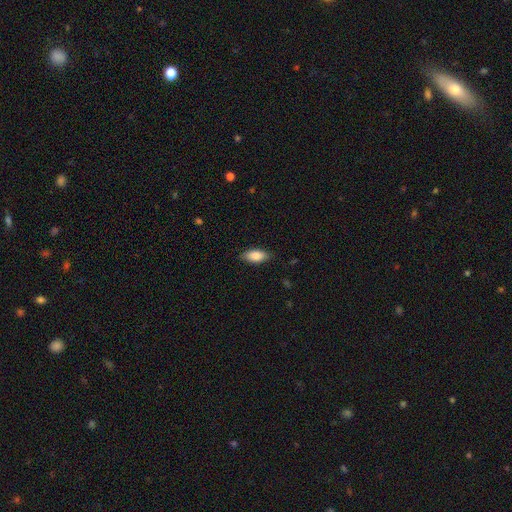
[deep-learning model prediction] Q: Smooth or featured?
A: smooth (84%); runner-up: featured or disk (10%)
Q: How rounded?
A: in between (86%); runner-up: cigar-shaped (11%)
Q: Merging?
A: none (85%); runner-up: minor disturbance (12%)